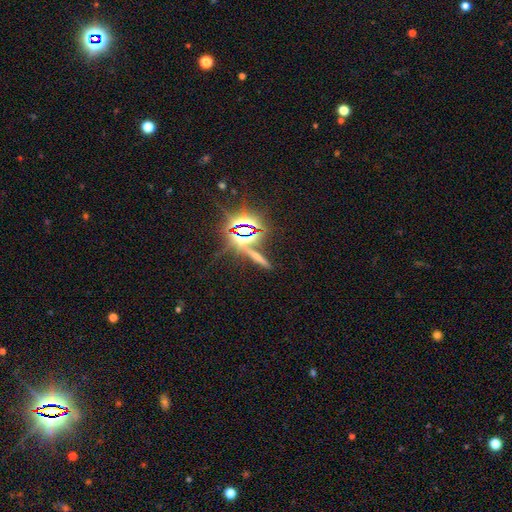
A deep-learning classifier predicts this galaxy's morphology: Smooth or featured? Predicted: star or artifact (p=0.65).